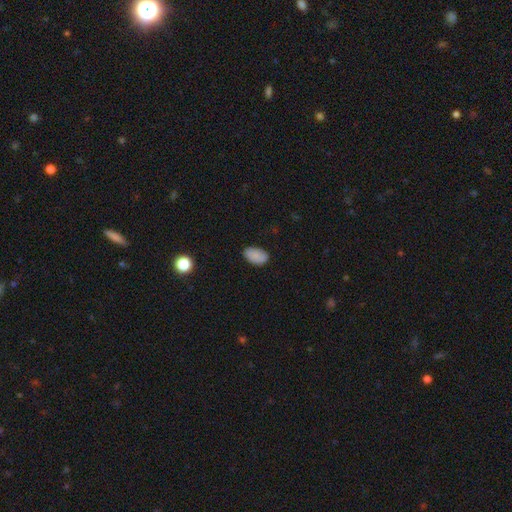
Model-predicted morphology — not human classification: This appears to be a smooth galaxy with no disk features (86%) that is in between round and cigar-shaped (93%). Merging: none (82%).